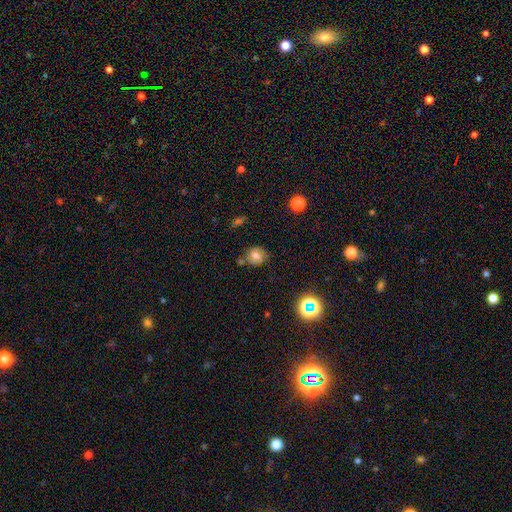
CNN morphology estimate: A smooth galaxy with no disk features (58%) that is round (77%).

Vote fractions:
- Smooth or featured? smooth: 58% / featured or disk: 26% / star or artifact: 16%
- How rounded? round: 77% / in between: 21% / cigar-shaped: 1%
- Merging? none: 71% / minor disturbance: 16% / merger: 8% / major disturbance: 4%